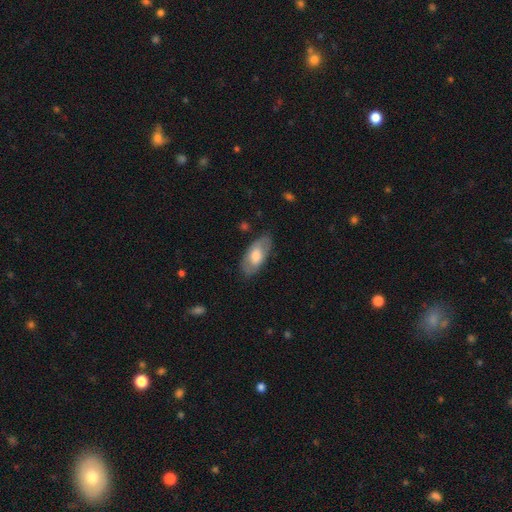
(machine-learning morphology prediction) Smooth or featured? Predicted: smooth (p=0.63). How rounded? Predicted: in between (p=0.90). Merging? Predicted: none (p=0.77).